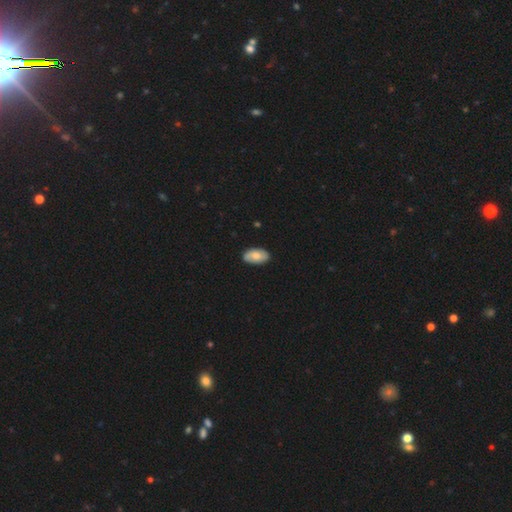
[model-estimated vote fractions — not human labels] smooth_or_featured: smooth (p=0.71) [alt: featured or disk p=0.23]
how_rounded: in between (p=0.95) [alt: round p=0.04]
merging: none (p=0.87) [alt: minor disturbance p=0.10]